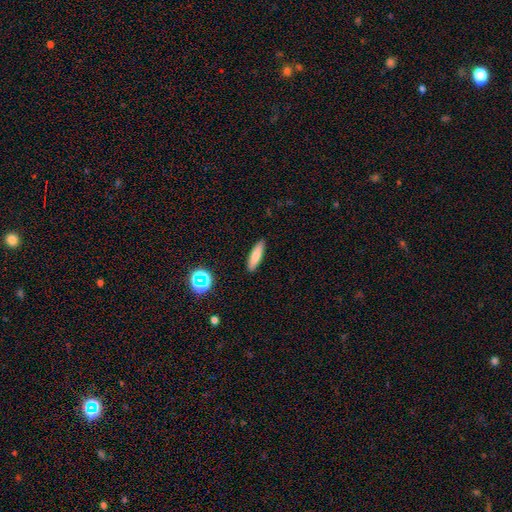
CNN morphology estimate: This is likely a smooth galaxy (79%). How rounded: likely cigar-shaped (65%). Merging: clearly none (89%).